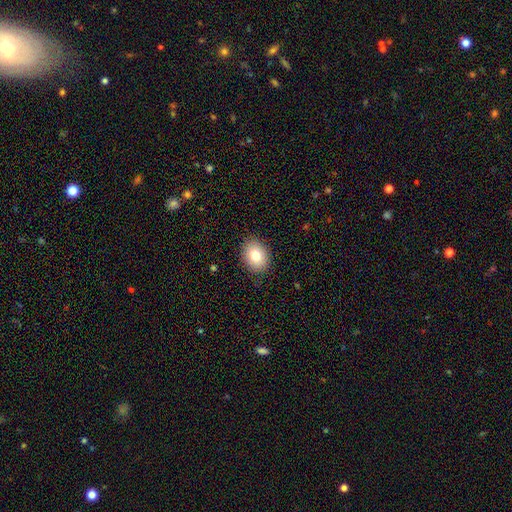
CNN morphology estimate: Smooth or featured: smooth — 79% (featured or disk — 12%)
How rounded: in between — 67% (round — 32%)
Merging: none — 88% (minor disturbance — 9%)